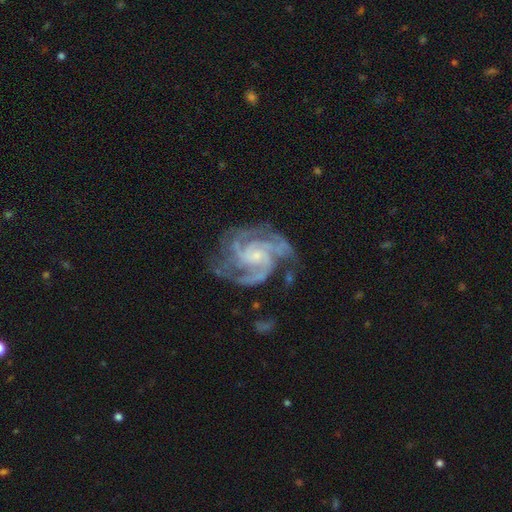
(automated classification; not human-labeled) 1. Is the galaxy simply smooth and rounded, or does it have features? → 93% featured or disk, 4% star or artifact, 3% smooth.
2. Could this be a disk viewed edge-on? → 98% no, 2% yes.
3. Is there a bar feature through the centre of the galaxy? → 59% no, 32% weak, 9% strong.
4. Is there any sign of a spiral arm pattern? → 99% yes, 1% no.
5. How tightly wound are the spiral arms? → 51% tight, 44% medium, 5% loose.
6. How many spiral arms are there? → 46% 3, 18% 4, 16% 2, 9% can't tell, 6% more than 4, 6% 1.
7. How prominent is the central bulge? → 71% small, 21% moderate, 6% none, 2% large, 1% dominant.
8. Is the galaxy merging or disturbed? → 67% none, 20% minor disturbance, 11% major disturbance, 2% merger.